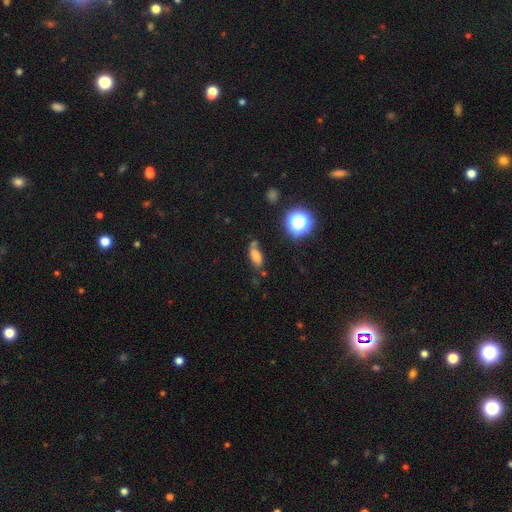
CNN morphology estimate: The model was most divided on "merging": none: 56%, minor disturbance: 23%, merger: 13%, major disturbance: 8%. More confident: how rounded — in between (76%); smooth or featured — smooth (69%).